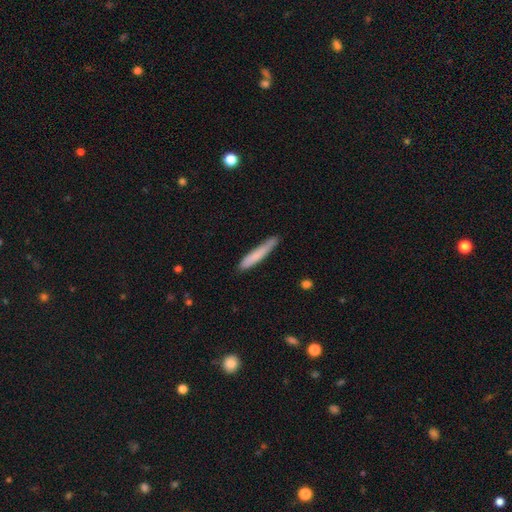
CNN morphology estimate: A smooth galaxy with no disk features (76%) that is cigar-shaped (95%). Merging: none (81%).